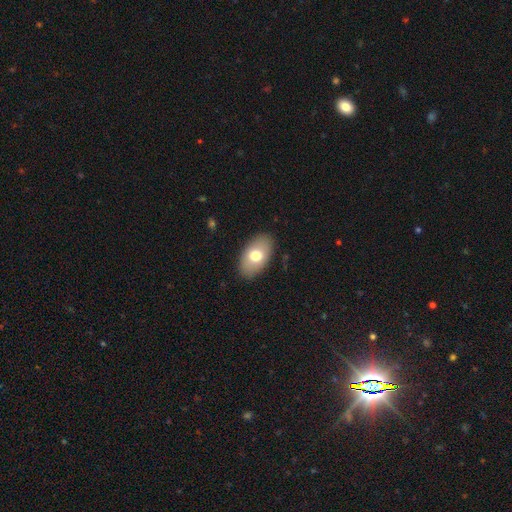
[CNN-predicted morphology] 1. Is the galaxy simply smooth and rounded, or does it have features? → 71% smooth, 22% featured or disk, 7% star or artifact.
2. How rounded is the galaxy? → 93% in between, 6% round, 2% cigar-shaped.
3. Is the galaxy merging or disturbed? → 87% none, 9% minor disturbance, 2% major disturbance, 1% merger.